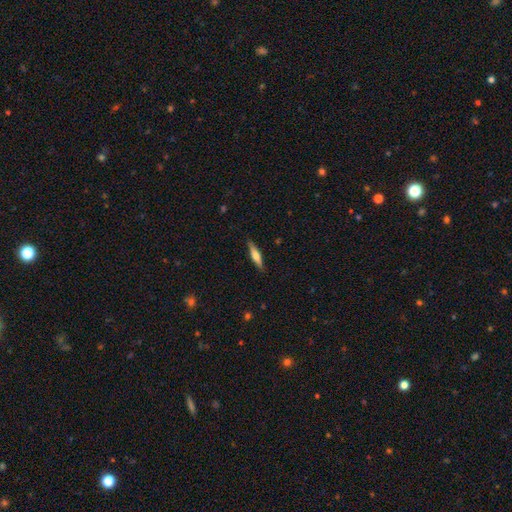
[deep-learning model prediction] Smooth or featured?
  - featured or disk: 51% *
  - smooth: 43%
  - star or artifact: 6%
Edge-on disk?
  - yes: 95% *
  - no: 5%
Merging?
  - none: 88% *
  - minor disturbance: 9%
  - major disturbance: 2%
  - merger: 1%